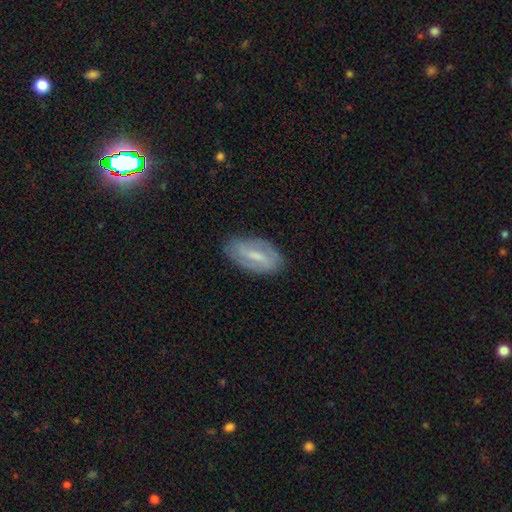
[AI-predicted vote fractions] smooth-or-featured: featured or disk: 55% | smooth: 38% | star or artifact: 7%
  disk-edge-on: no: 91% | yes: 9%
    bar: weak: 45% | strong: 42% | no: 14%
    has-spiral-arms: yes: 65% | no: 35%
    bulge-size: small: 46% | moderate: 33% | none: 16% | large: 3% | dominant: 1%
  merging: none: 80% | minor disturbance: 15% | major disturbance: 4% | merger: 1%